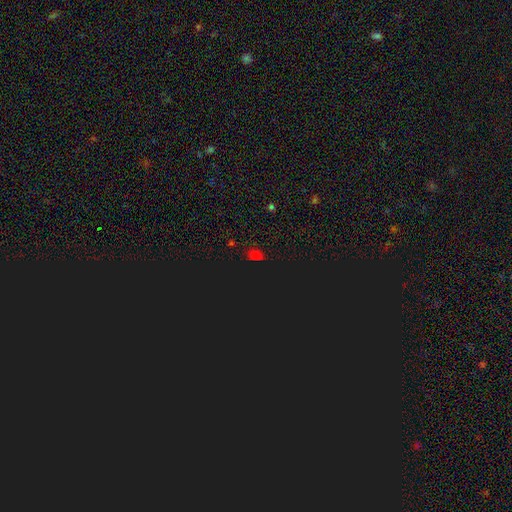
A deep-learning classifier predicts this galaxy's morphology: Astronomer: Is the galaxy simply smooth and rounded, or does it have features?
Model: star or artifact — 56% (runner-up: smooth, 39%).